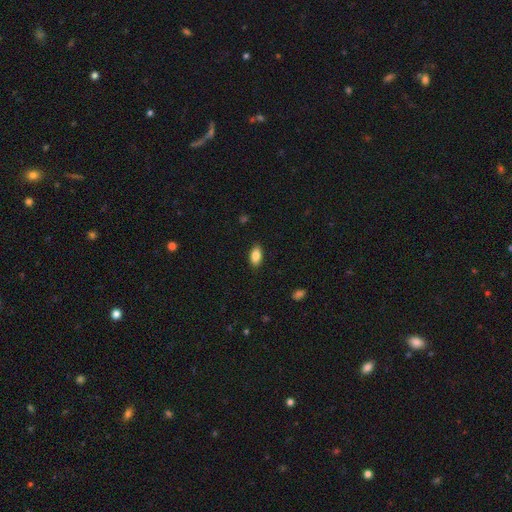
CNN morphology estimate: smooth_or_featured: smooth (p=0.85) [alt: star or artifact p=0.07]
how_rounded: in between (p=0.91) [alt: cigar-shaped p=0.05]
merging: none (p=0.88) [alt: minor disturbance p=0.09]